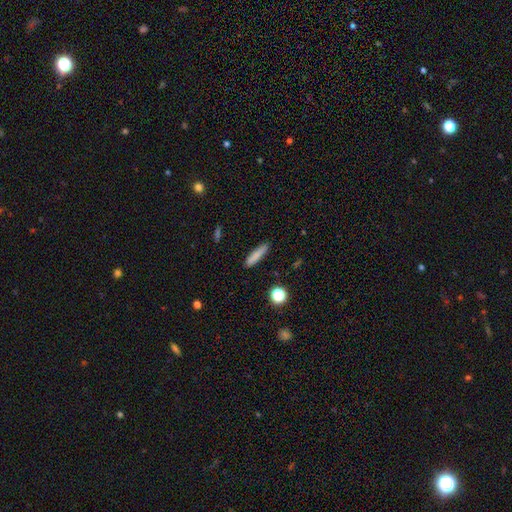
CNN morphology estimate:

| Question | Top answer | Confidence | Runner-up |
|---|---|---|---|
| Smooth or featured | smooth | 82% | featured or disk (10%) |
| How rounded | cigar-shaped | 82% | in between (16%) |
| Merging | none | 88% | minor disturbance (9%) |